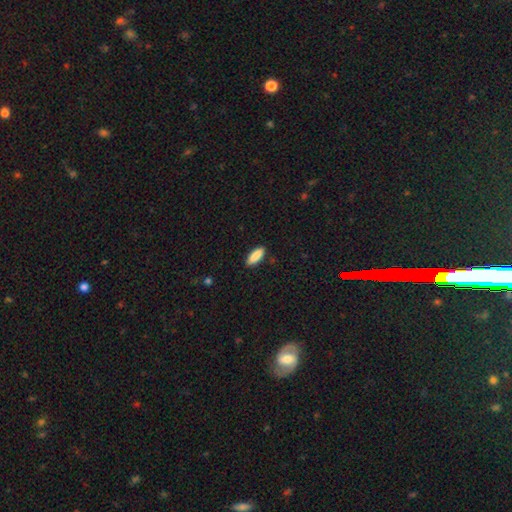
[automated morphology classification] A smooth galaxy with no disk features (89%) that is in between round and cigar-shaped (61%). Merging: none (88%).